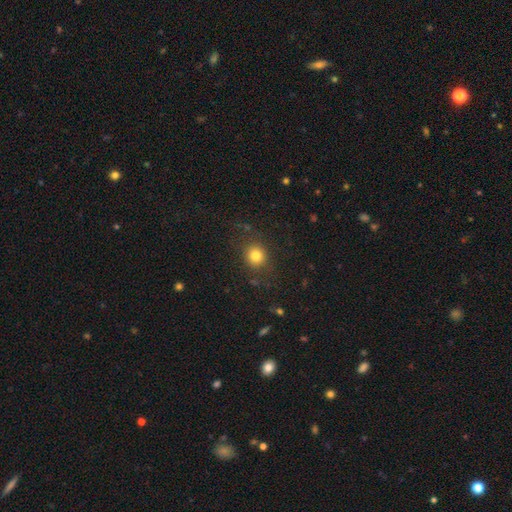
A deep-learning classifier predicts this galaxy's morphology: smooth 80%, star or artifact 13%, featured or disk 7%. Down the decision tree: how rounded — round (84%); merging — none (84%).